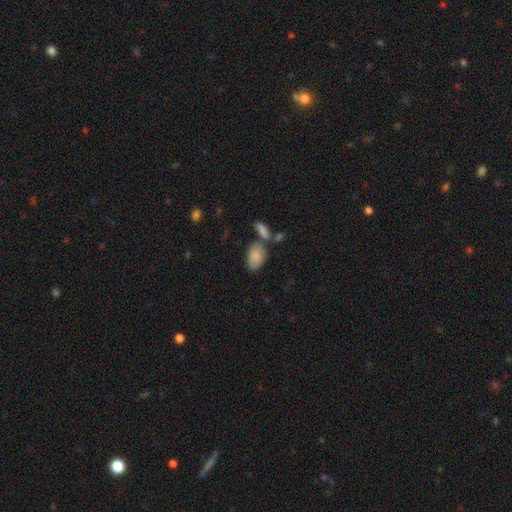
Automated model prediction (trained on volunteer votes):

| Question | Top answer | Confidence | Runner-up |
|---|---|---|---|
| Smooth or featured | smooth | 84% | featured or disk (10%) |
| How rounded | in between | 90% | round (9%) |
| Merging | none | 51% | merger (24%) |